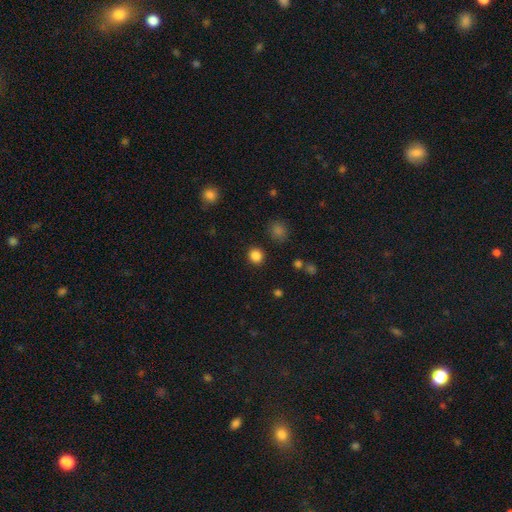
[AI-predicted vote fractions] Smooth or featured?
  - smooth: 85% *
  - star or artifact: 12%
  - featured or disk: 3%
How rounded?
  - round: 88% *
  - in between: 11%
  - cigar-shaped: 1%
Merging?
  - none: 90% *
  - minor disturbance: 6%
  - major disturbance: 2%
  - merger: 2%